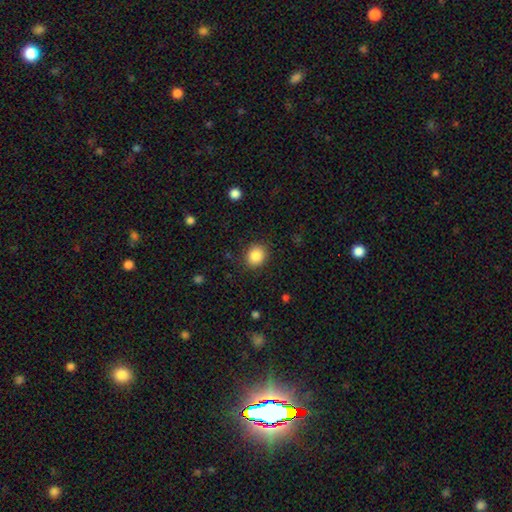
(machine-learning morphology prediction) smooth_or_featured: smooth (p=0.86) [alt: star or artifact p=0.09]
how_rounded: round (p=0.75) [alt: in between p=0.24]
merging: none (p=0.87) [alt: minor disturbance p=0.09]